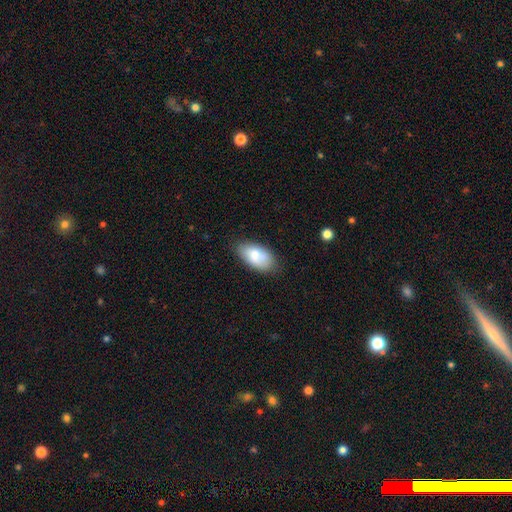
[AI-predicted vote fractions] A smooth galaxy with no disk features (79%) that is in between round and cigar-shaped (94%). Merging: none (74%).